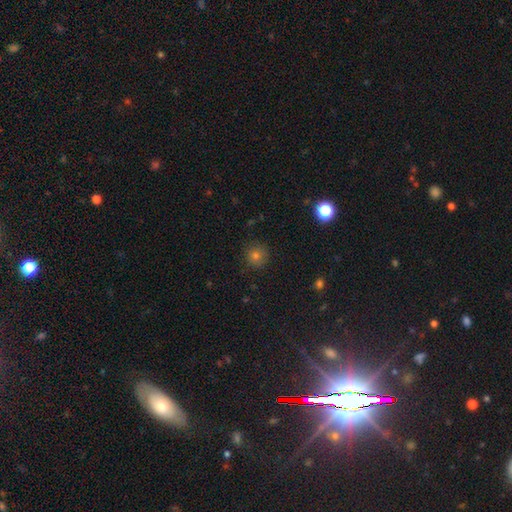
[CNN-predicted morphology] Smooth or featured? smooth (72%)
How rounded? round (93%)
Merging? none (87%)